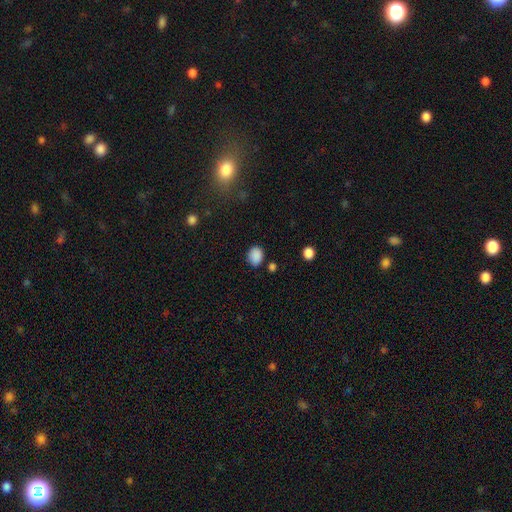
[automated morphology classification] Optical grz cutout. It shows a smooth galaxy with no disk features (87%) that is round (50%). Merging: none (78%).